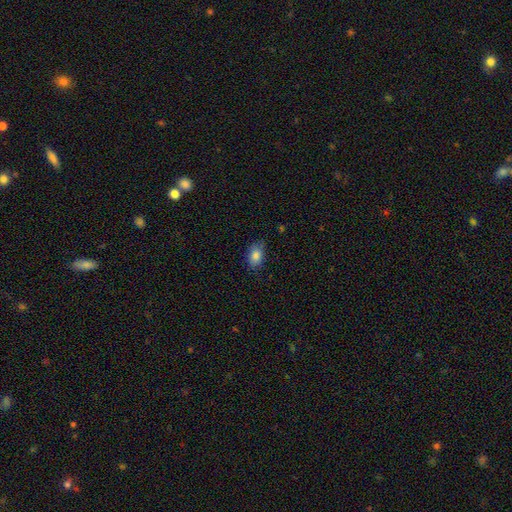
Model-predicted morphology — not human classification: type=smooth (83%); roundness=in between (83%); merging=none (75%).